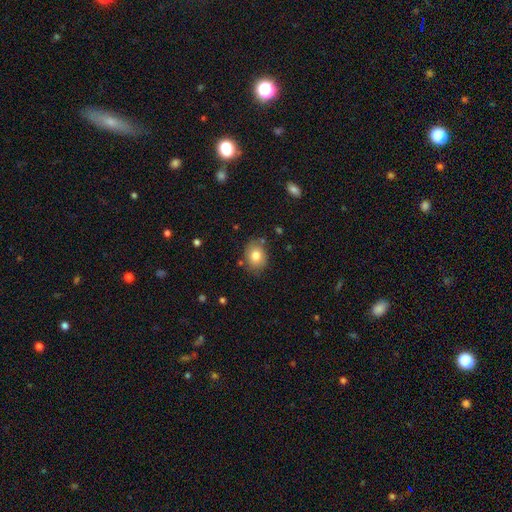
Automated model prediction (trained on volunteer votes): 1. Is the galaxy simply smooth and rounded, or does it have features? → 80% smooth, 11% featured or disk, 9% star or artifact.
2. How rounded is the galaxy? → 55% in between, 44% round, 1% cigar-shaped.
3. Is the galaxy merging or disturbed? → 81% none, 13% minor disturbance, 3% major disturbance, 3% merger.